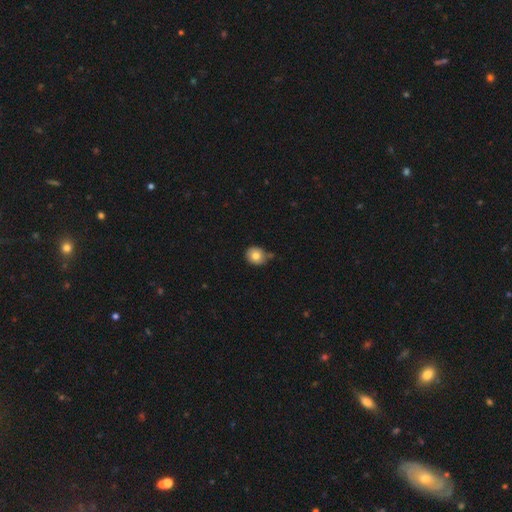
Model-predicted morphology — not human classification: Smooth or featured? Predicted: smooth (p=0.79). How rounded? Predicted: round (p=0.73). Merging? Predicted: none (p=0.68).